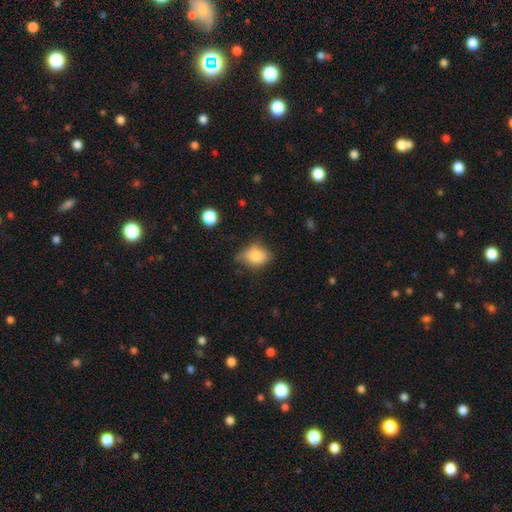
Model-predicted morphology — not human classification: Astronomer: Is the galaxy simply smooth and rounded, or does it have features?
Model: smooth — 82%.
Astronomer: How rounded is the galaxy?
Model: in between — 66%.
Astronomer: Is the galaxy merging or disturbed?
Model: none — 54% (runner-up: minor disturbance, 36%).